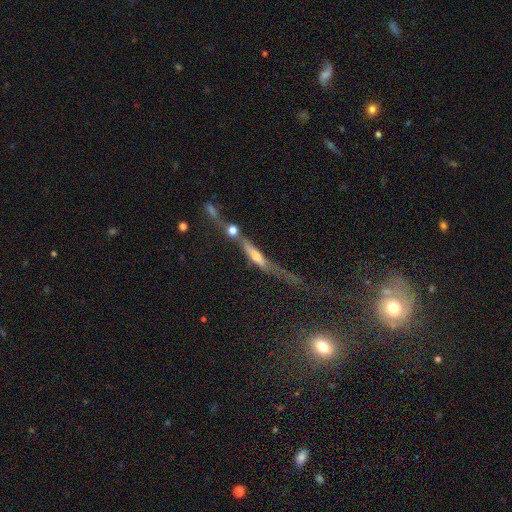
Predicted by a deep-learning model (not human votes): Smooth or featured: featured or disk — 61% (smooth — 26%)
Edge-on disk: yes — 81% (no — 19%)
Merging: none — 34% (merger — 30%)